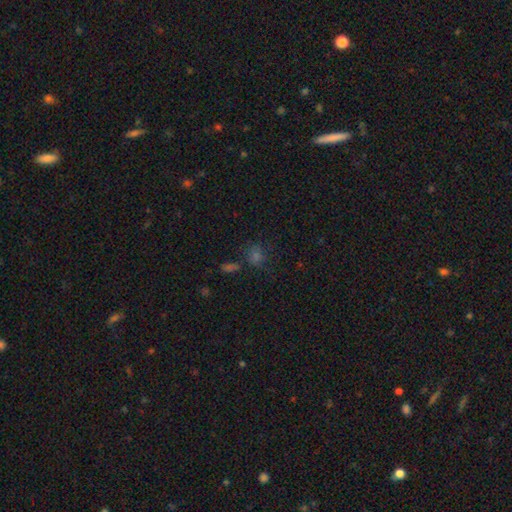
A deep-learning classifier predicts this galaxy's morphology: Smooth or featured? smooth (52%)
How rounded? round (65%)
Merging? none (67%)